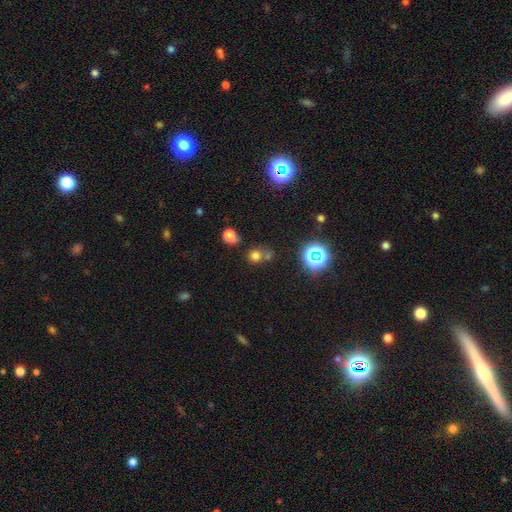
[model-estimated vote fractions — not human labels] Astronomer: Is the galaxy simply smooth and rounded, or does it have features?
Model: smooth — 67%.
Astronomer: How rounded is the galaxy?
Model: round — 77%.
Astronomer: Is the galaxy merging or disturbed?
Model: none — 53% (runner-up: merger, 31%).